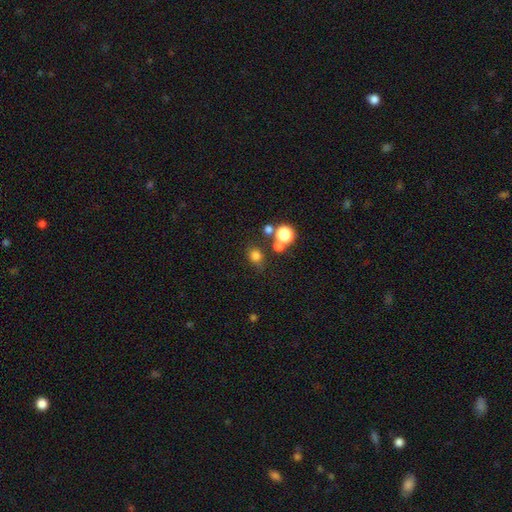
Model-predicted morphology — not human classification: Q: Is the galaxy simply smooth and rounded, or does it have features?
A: smooth — 76%.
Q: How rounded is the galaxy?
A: round — 73%.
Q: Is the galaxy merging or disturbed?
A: none — 70%.